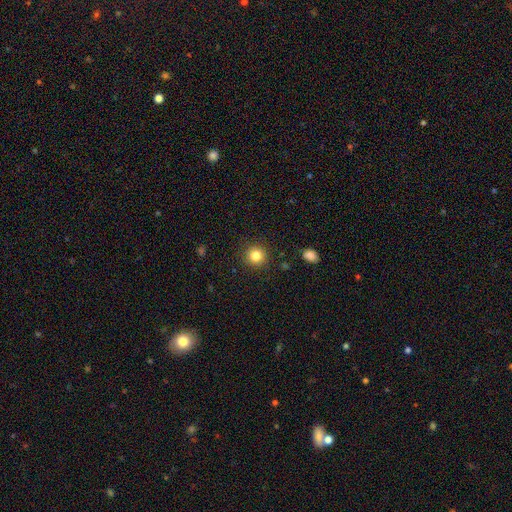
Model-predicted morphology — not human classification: smooth 83%, star or artifact 11%, featured or disk 6%. Down the decision tree: how rounded — round (93%); merging — none (91%).